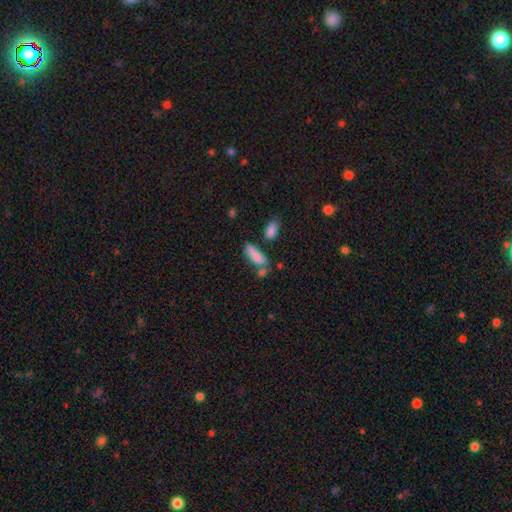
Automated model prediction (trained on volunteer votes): smooth_or_featured: smooth (p=0.81) [alt: featured or disk p=0.11]
how_rounded: in between (p=0.59) [alt: cigar-shaped p=0.38]
merging: none (p=0.52) [alt: merger p=0.21]